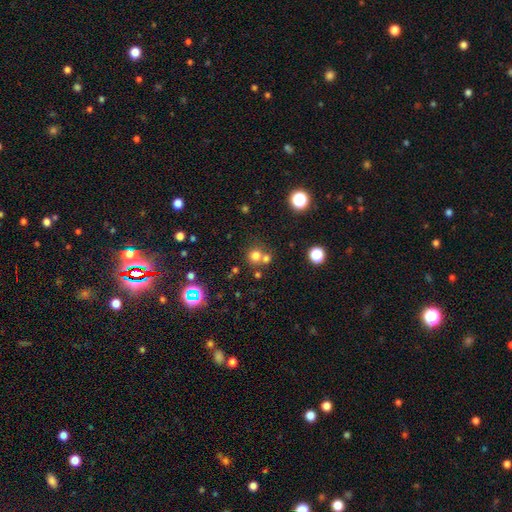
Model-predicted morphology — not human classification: This is likely a smooth galaxy (71%). How rounded: clearly round (89%). Merging: possibly none (56%).